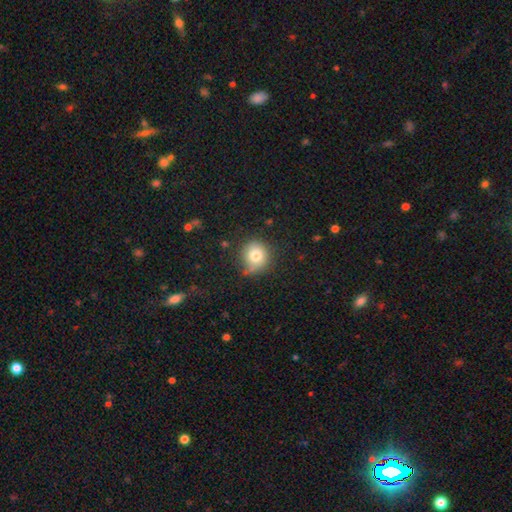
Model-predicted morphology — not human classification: Smooth or featured? Predicted: smooth (p=0.77). How rounded? Predicted: round (p=0.86). Merging? Predicted: none (p=0.73).